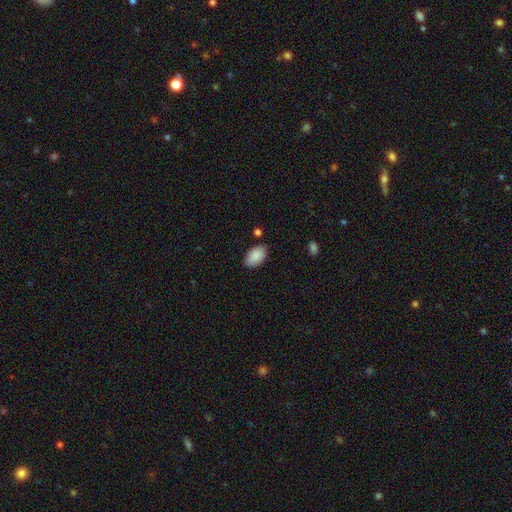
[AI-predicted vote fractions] A smooth galaxy with no disk features (89%) that is in between round and cigar-shaped (94%). Merging: none (82%).